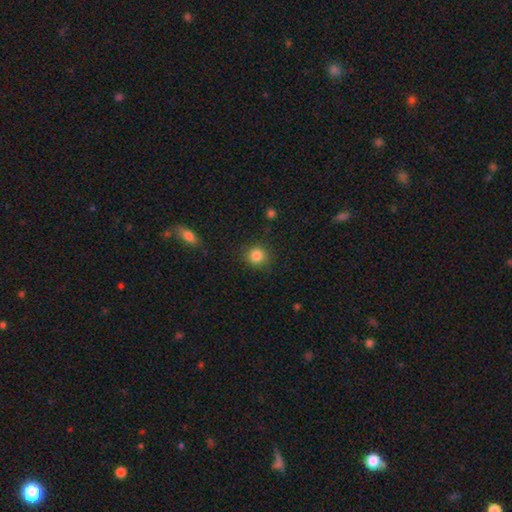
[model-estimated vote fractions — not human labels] A smooth galaxy with no disk features (84%) that is round (90%). Merging: none (87%).